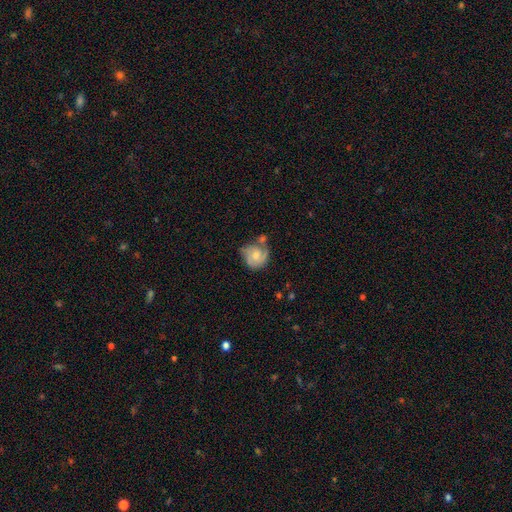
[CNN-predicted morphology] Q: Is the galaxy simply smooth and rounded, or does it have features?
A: featured or disk — 59%.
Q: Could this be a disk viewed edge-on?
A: no — 98%.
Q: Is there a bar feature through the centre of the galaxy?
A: no — 73%.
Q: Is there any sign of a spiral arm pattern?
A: yes — 84%.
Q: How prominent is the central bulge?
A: moderate — 55%.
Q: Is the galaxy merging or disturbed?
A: none — 44%.